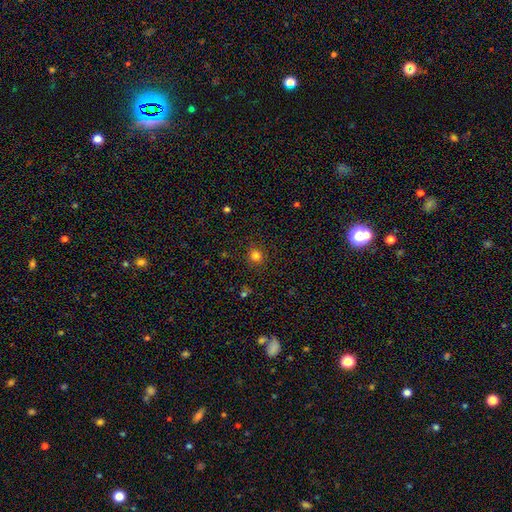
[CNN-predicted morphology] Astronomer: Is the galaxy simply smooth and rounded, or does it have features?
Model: smooth — 80%.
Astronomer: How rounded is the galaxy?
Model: round — 91%.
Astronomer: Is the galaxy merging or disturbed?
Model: none — 89%.